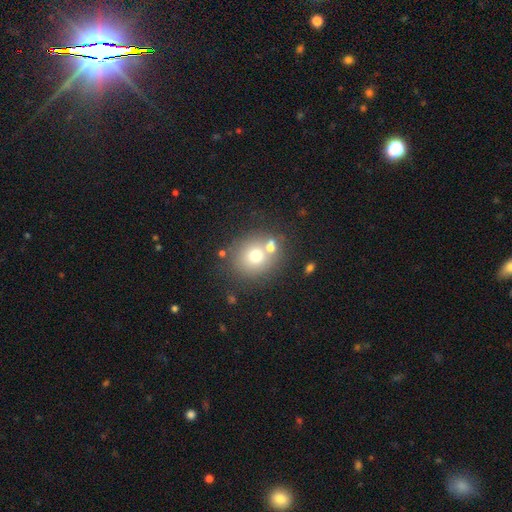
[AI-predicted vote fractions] Smooth or featured: smooth — 69% (featured or disk — 17%)
How rounded: round — 81% (in between — 18%)
Merging: none — 59% (merger — 25%)